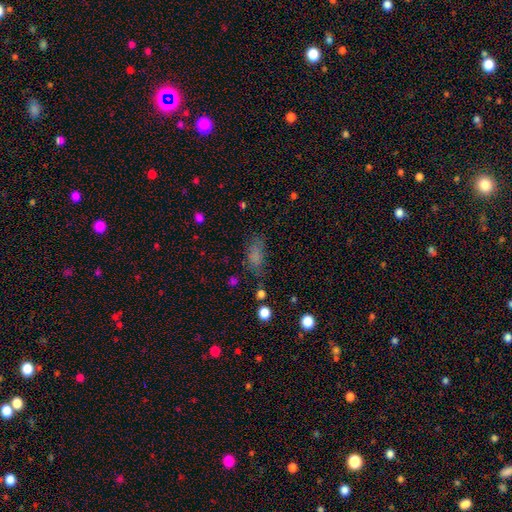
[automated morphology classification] A smooth galaxy with no disk features (70%) that is in between round and cigar-shaped (79%).

Vote fractions:
- Smooth or featured? smooth: 70% / star or artifact: 18% / featured or disk: 12%
- How rounded? in between: 79% / cigar-shaped: 15% / round: 7%
- Merging? none: 57% / minor disturbance: 25% / major disturbance: 14% / merger: 4%